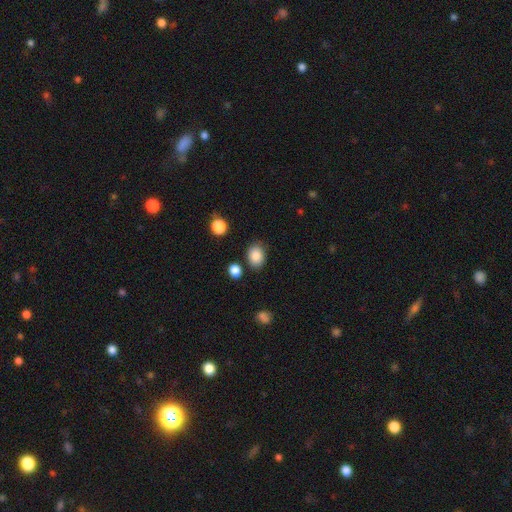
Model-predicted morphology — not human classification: A smooth galaxy with no disk features (86%) that is in between round and cigar-shaped (61%).

Vote fractions:
- Smooth or featured? smooth: 86% / star or artifact: 9% / featured or disk: 5%
- How rounded? in between: 61% / round: 38% / cigar-shaped: 1%
- Merging? none: 79% / minor disturbance: 13% / merger: 4% / major disturbance: 3%